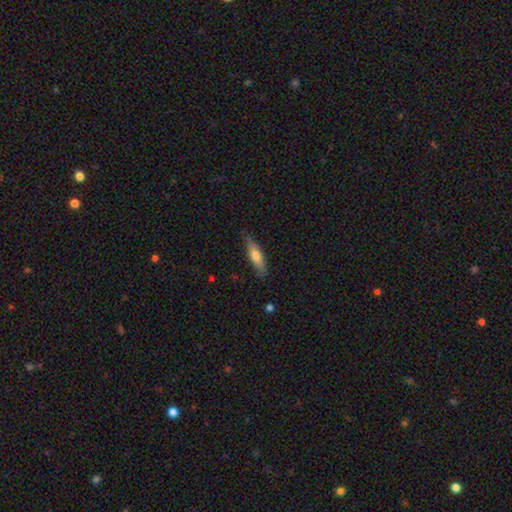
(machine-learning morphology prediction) This appears to be a smooth galaxy with no disk features (54%) that is cigar-shaped (69%). Merging: none (82%).